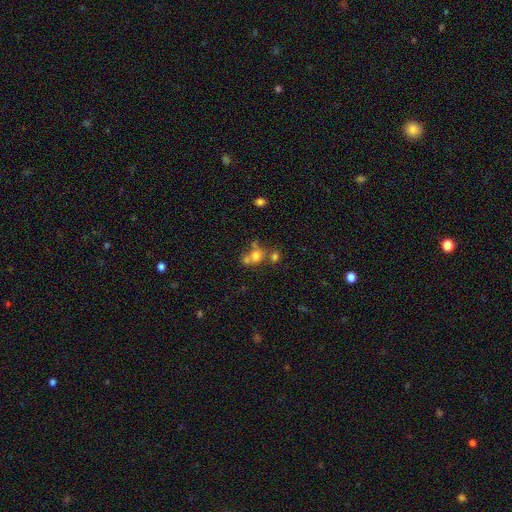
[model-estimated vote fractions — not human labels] smooth_or_featured: smooth (p=0.68) [alt: featured or disk p=0.17]
how_rounded: round (p=0.70) [alt: in between p=0.29]
merging: merger (p=0.46) [alt: none p=0.38]